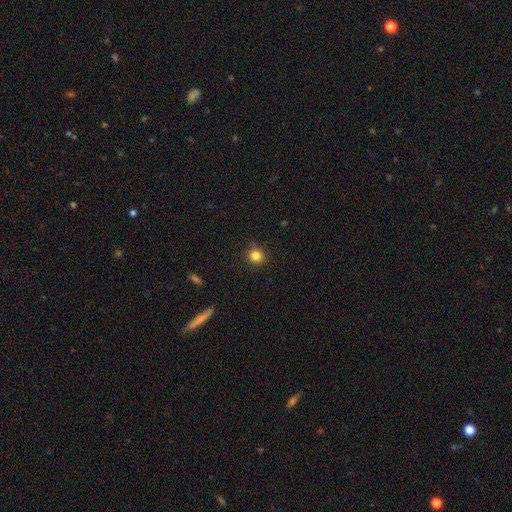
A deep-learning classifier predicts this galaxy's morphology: smooth_or_featured: smooth (p=0.83) [alt: star or artifact p=0.12]
how_rounded: round (p=0.91) [alt: in between p=0.08]
merging: none (p=0.86) [alt: minor disturbance p=0.10]